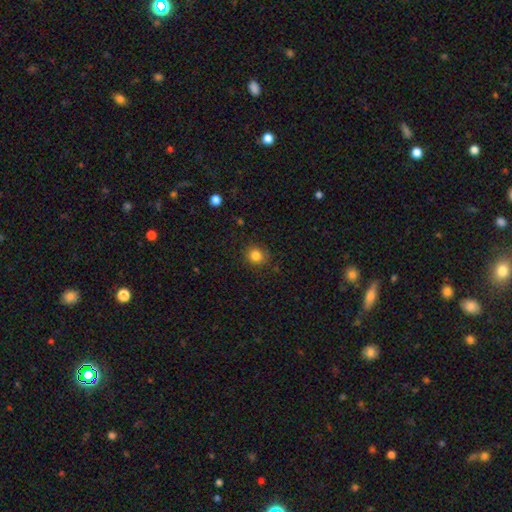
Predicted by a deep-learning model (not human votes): The model was most divided on "how rounded": round: 84%, in between: 15%, cigar-shaped: 1%. More confident: merging — none (88%); smooth or featured — smooth (83%).